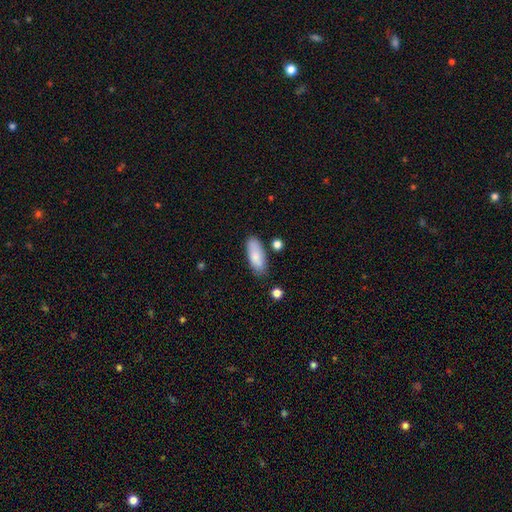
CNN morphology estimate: type=smooth (84%); roundness=in between (78%); merging=none (76%).